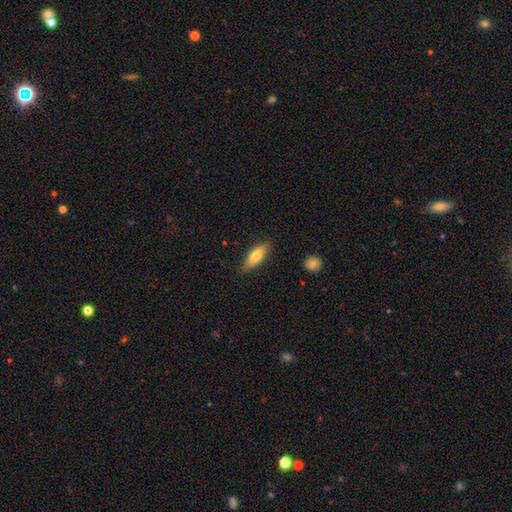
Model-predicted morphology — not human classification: type=smooth (69%); roundness=in between (60%); merging=none (84%).